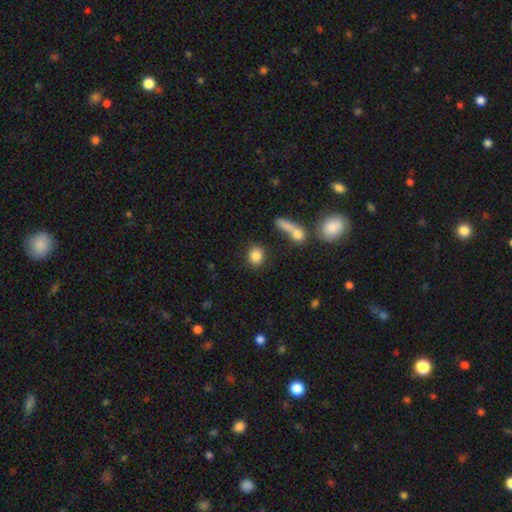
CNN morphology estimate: This appears to be a smooth galaxy with no disk features (85%) that is round (69%). Merging: none (79%).